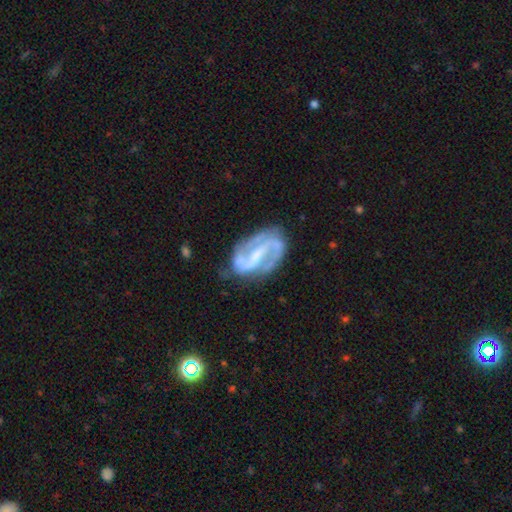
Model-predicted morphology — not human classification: Smooth or featured: featured or disk — 86% (smooth — 8%)
Edge-on disk: no — 97% (yes — 3%)
Bar: strong — 54% (weak — 34%)
Spiral arms: yes — 94% (no — 6%)
Spiral winding: medium — 47% (tight — 27%)
Spiral arm count: 2 — 84% (can't tell — 6%)
Bulge size: small — 47% (moderate — 26%)
Merging: none — 68% (minor disturbance — 20%)